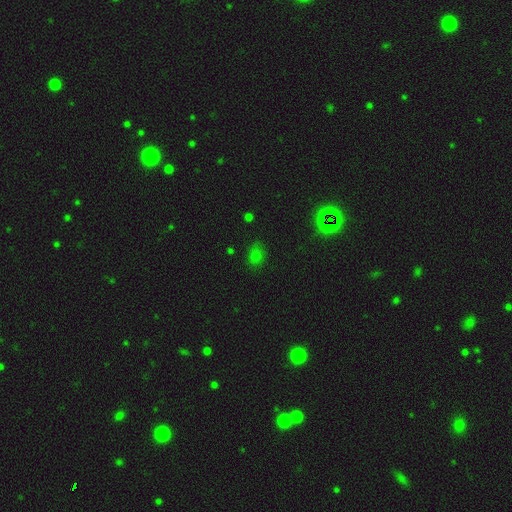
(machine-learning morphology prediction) Smooth or featured: smooth — 72% (star or artifact — 22%)
How rounded: in between — 55% (round — 43%)
Merging: none — 77% (minor disturbance — 17%)